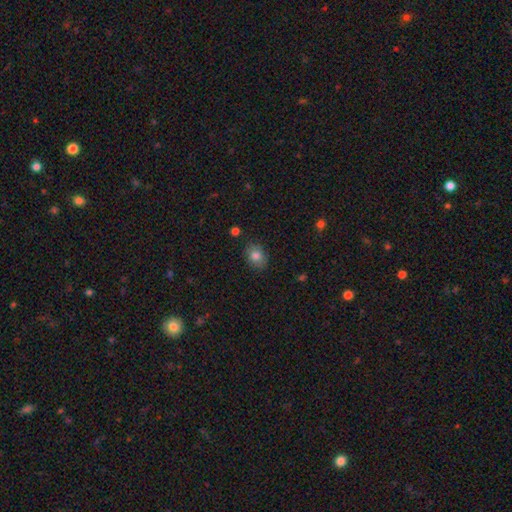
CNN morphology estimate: A smooth galaxy with no disk features (82%) that is in between round and cigar-shaped (61%). Merging: none (84%).